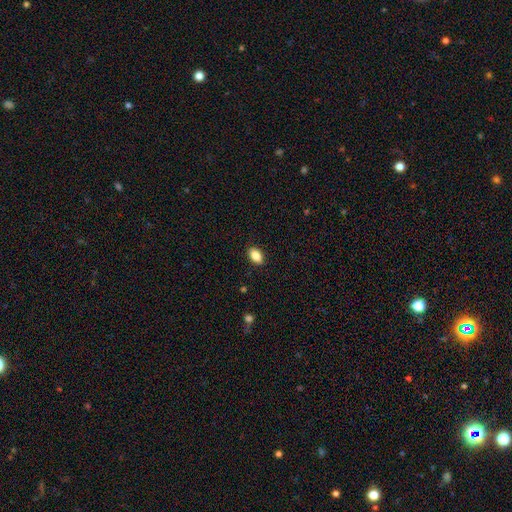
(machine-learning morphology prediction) Smooth or featured: smooth — 87% (star or artifact — 8%)
How rounded: in between — 91% (round — 7%)
Merging: none — 89% (minor disturbance — 8%)